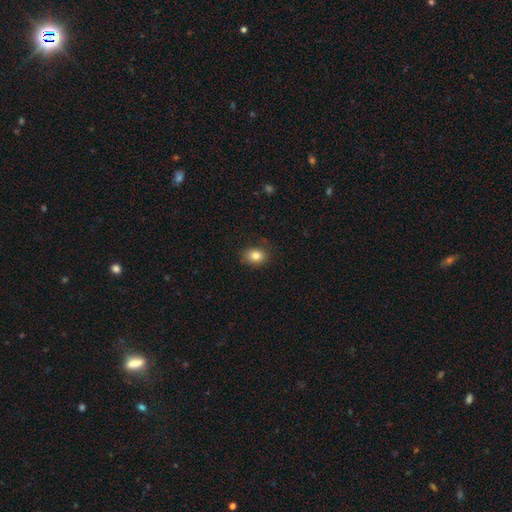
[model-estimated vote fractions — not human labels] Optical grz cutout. It shows a smooth galaxy with no disk features (83%) that is in between round and cigar-shaped (64%). Merging: none (84%).